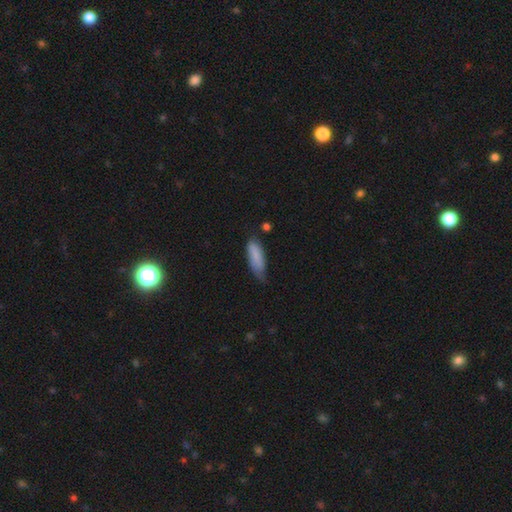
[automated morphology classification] smooth_or_featured: smooth (p=0.82) [alt: featured or disk p=0.12]
how_rounded: in between (p=0.62) [alt: cigar-shaped p=0.36]
merging: minor disturbance (p=0.44) [alt: none p=0.43]